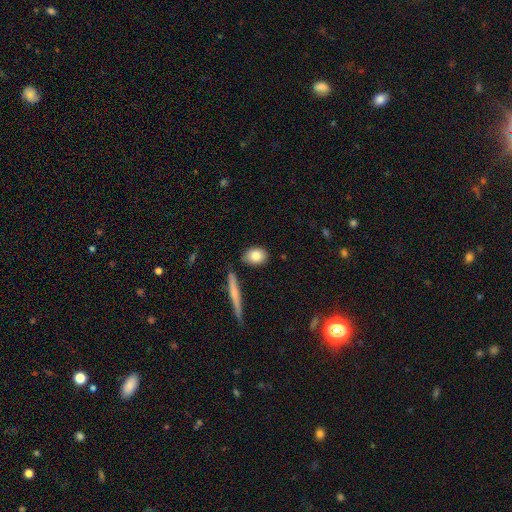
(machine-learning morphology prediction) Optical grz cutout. It shows a smooth galaxy with no disk features (82%) that is in between round and cigar-shaped (67%). Merging: none (79%).